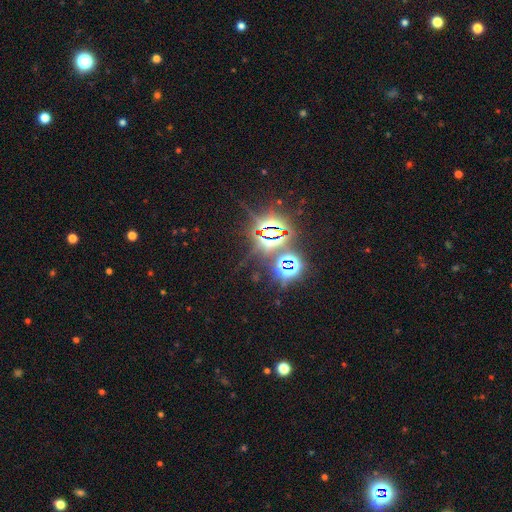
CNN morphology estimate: Q: Smooth or featured?
A: star or artifact (83%); runner-up: smooth (10%)